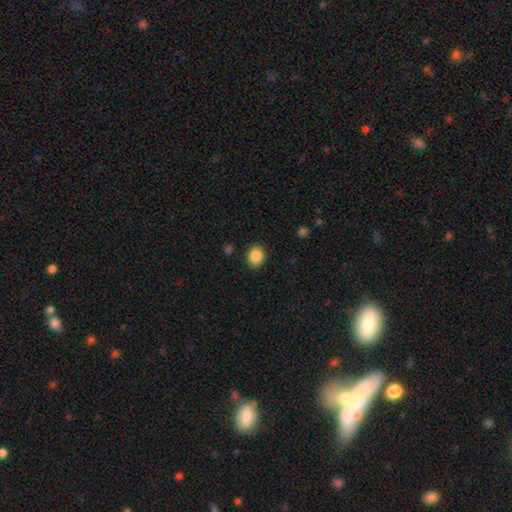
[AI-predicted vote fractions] Smooth or featured: smooth — 88% (star or artifact — 9%)
How rounded: round — 64% (in between — 35%)
Merging: none — 86% (minor disturbance — 10%)